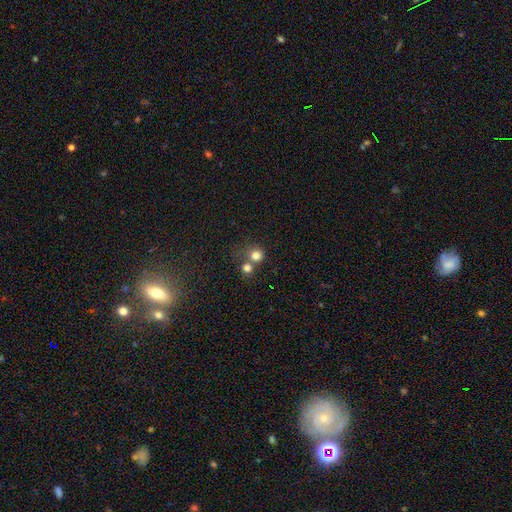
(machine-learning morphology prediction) A smooth galaxy with no disk features (78%) that is round (87%). Merging: none (49%).